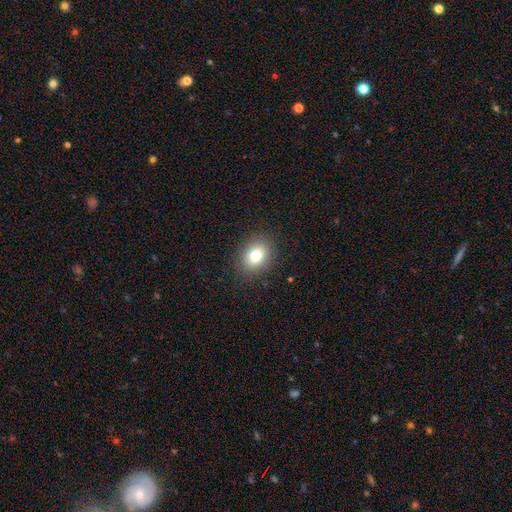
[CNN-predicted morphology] This is likely a smooth galaxy (78%). How rounded: possibly in between (54%). Merging: clearly none (88%).